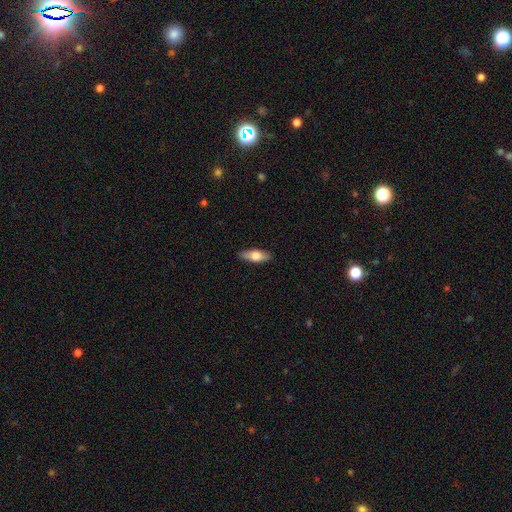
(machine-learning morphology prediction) type=smooth (68%); roundness=in between (68%); merging=none (87%).